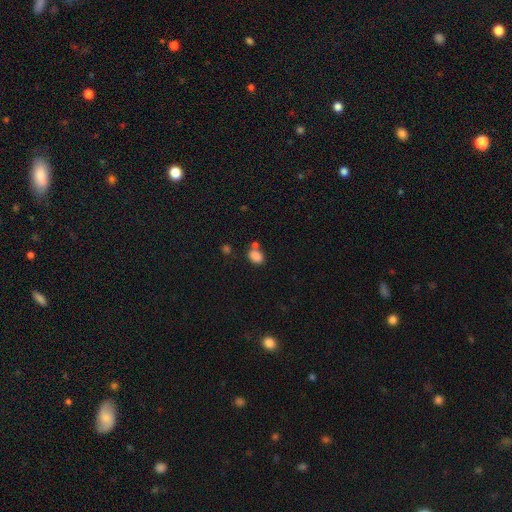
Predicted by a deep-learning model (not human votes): Smooth or featured? smooth (85%)
How rounded? in between (70%)
Merging? none (57%)